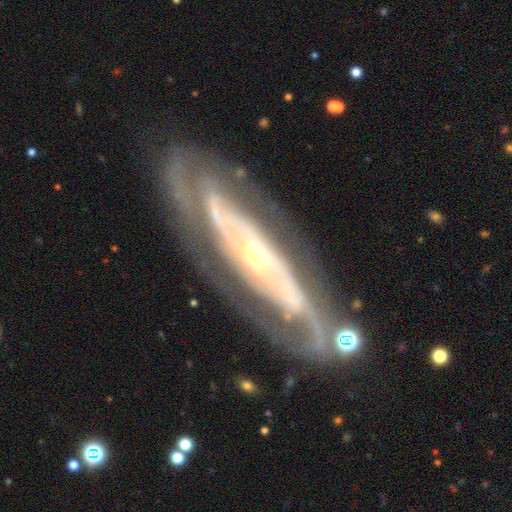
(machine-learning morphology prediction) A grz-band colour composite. It shows a featured or disk galaxy (86%) with no bar (64%), 2 (48%) tight (60%) spiral arms (87%) and a small central bulge (74%). Merging: none (76%).